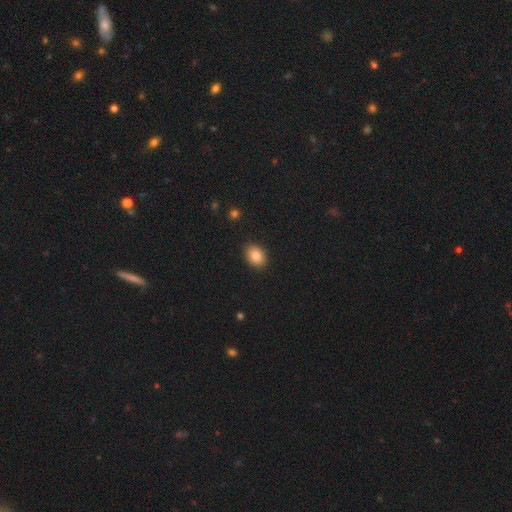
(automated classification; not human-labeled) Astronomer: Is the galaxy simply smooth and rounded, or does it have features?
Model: smooth — 85%.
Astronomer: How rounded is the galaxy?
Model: in between — 74%.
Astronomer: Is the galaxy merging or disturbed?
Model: none — 90%.